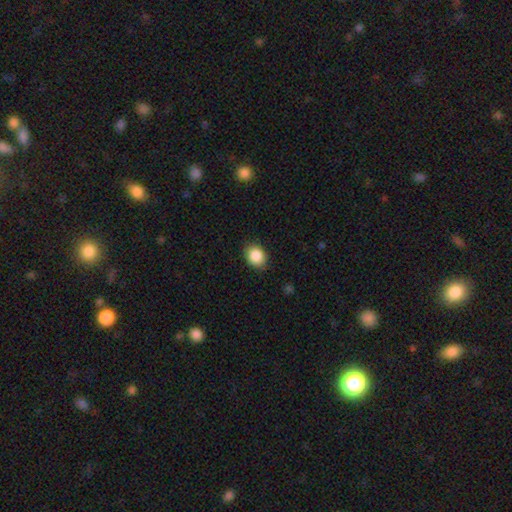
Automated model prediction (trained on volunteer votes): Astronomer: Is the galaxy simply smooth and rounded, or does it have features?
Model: smooth — 88%.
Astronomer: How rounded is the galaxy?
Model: in between — 54% (runner-up: round, 45%).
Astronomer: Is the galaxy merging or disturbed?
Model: none — 84%.